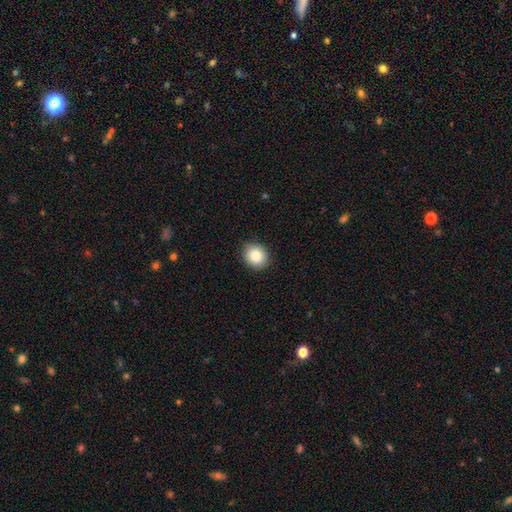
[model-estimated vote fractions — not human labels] Q: Smooth or featured?
A: smooth (85%); runner-up: star or artifact (9%)
Q: How rounded?
A: round (68%); runner-up: in between (31%)
Q: Merging?
A: none (87%); runner-up: minor disturbance (10%)